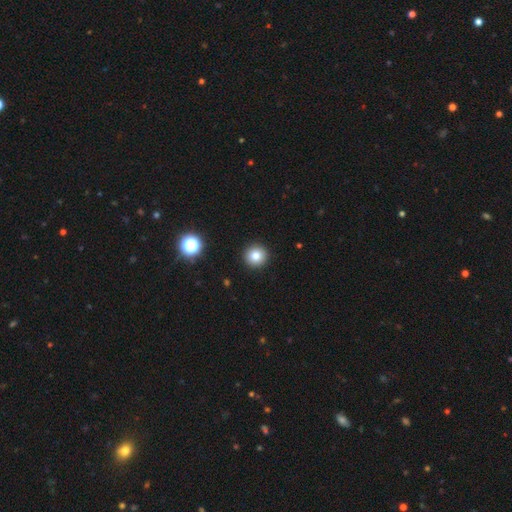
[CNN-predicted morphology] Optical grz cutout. It shows a smooth galaxy with no disk features (81%) that is round (95%). Merging: none (93%).